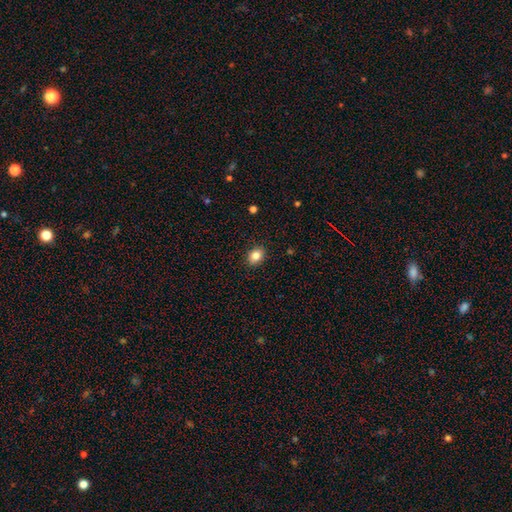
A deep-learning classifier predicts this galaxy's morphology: Q: Smooth or featured?
A: smooth (84%); runner-up: star or artifact (10%)
Q: How rounded?
A: in between (60%); runner-up: round (39%)
Q: Merging?
A: none (89%); runner-up: minor disturbance (8%)